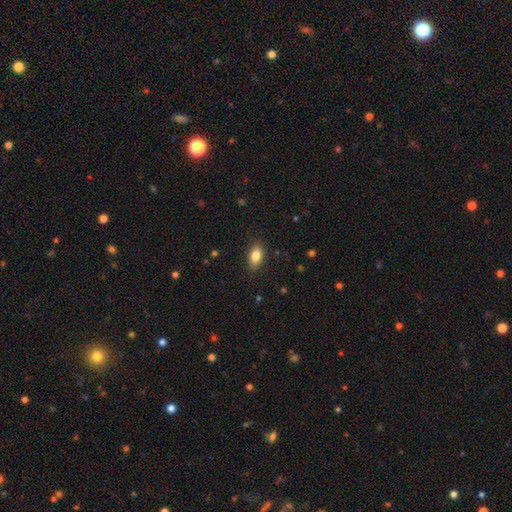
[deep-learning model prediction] smooth-or-featured: smooth: 83% | featured or disk: 9% | star or artifact: 8%
  how-rounded: in between: 90% | round: 6% | cigar-shaped: 4%
  merging: none: 87% | minor disturbance: 10% | major disturbance: 2% | merger: 1%